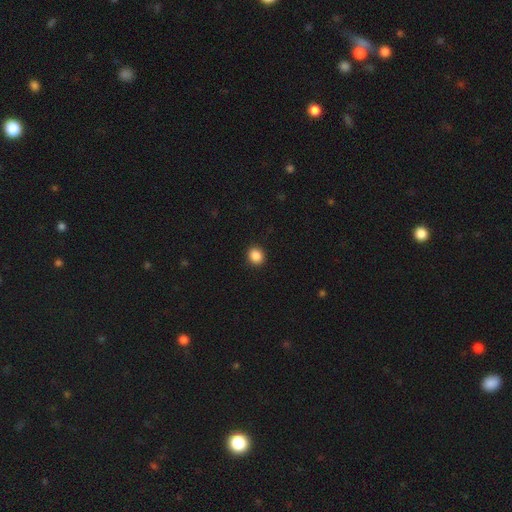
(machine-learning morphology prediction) smooth-or-featured: smooth: 88% | star or artifact: 10% | featured or disk: 3%
  how-rounded: round: 78% | in between: 21% | cigar-shaped: 1%
  merging: none: 92% | minor disturbance: 5% | major disturbance: 2% | merger: 1%